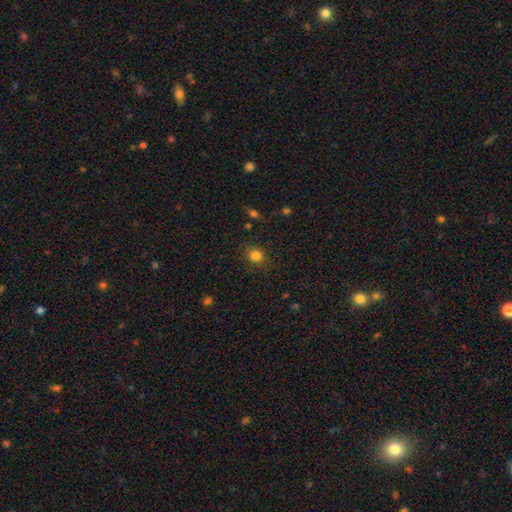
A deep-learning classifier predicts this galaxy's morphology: Overall: smooth (82%). How rounded: round (80%). Merging: none (83%).